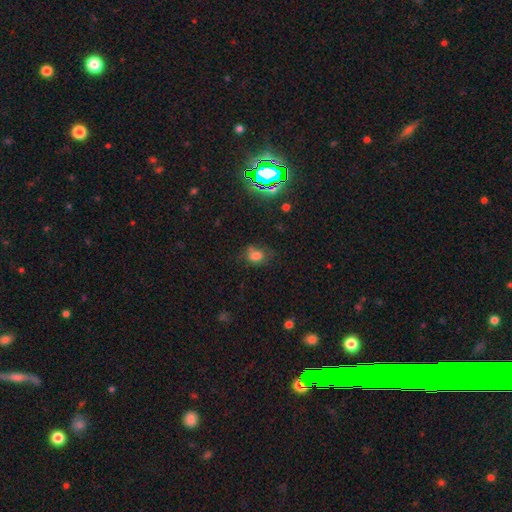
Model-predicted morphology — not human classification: Smooth or featured? Predicted: smooth (p=0.68). How rounded? Predicted: in between (p=0.60). Merging? Predicted: none (p=0.52).